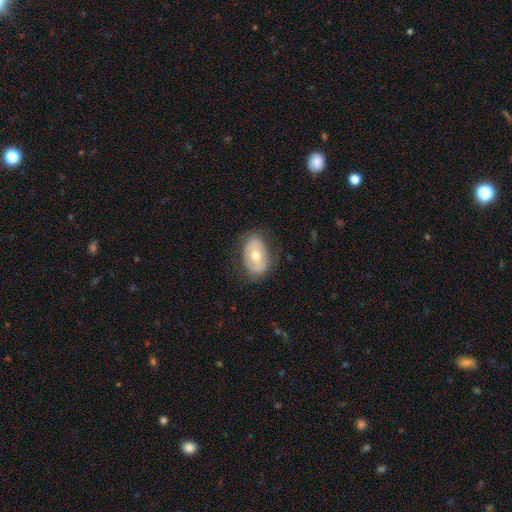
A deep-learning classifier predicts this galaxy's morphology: smooth 49%, featured or disk 44%, star or artifact 7%. Down the decision tree: merging — none (78%).